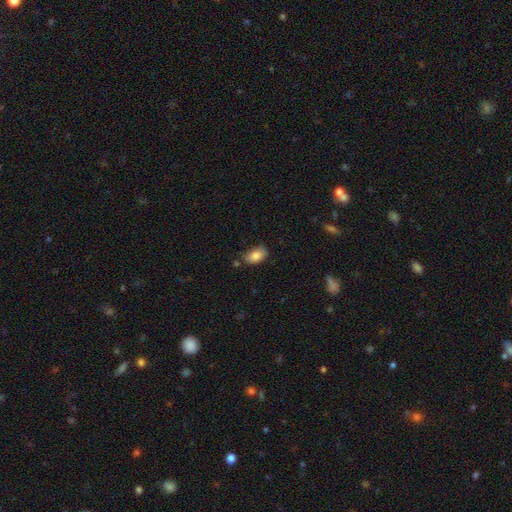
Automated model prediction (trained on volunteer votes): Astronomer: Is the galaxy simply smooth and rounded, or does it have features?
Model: smooth — 86%.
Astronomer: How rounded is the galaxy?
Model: in between — 90%.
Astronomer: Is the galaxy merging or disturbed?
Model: none — 71%.